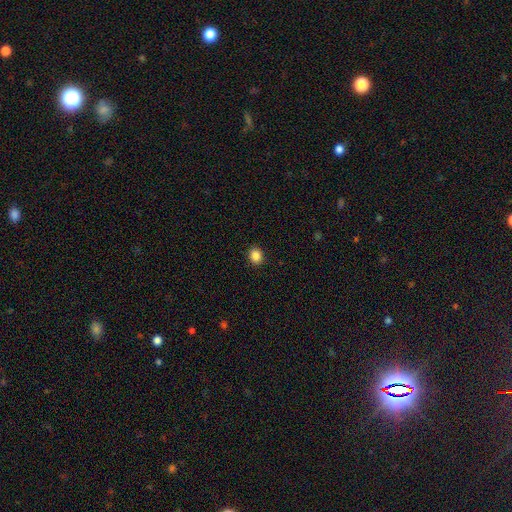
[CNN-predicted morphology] Smooth or featured? Predicted: smooth (p=0.86). How rounded? Predicted: round (p=0.67). Merging? Predicted: none (p=0.92).